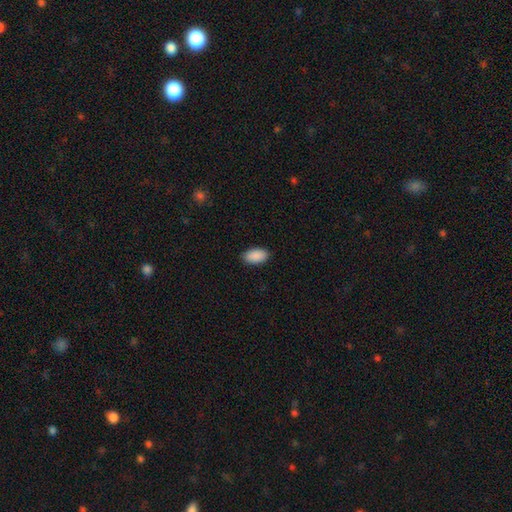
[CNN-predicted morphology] smooth_or_featured: smooth (p=0.91) [alt: star or artifact p=0.06]
how_rounded: in between (p=0.95) [alt: round p=0.03]
merging: none (p=0.89) [alt: minor disturbance p=0.08]